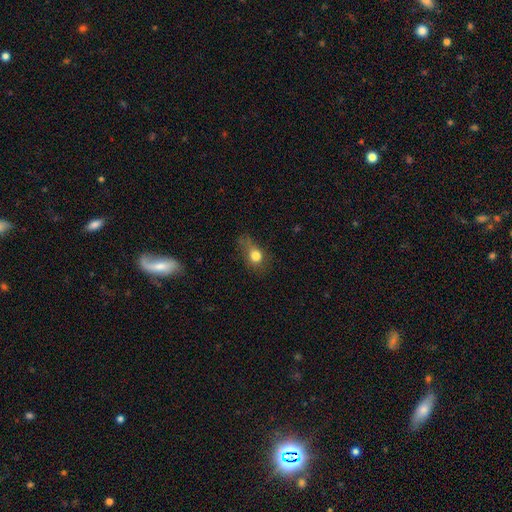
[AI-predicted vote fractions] Q: Smooth or featured?
A: smooth (76%); runner-up: featured or disk (13%)
Q: How rounded?
A: round (53%); runner-up: in between (44%)
Q: Merging?
A: none (40%); runner-up: minor disturbance (32%)